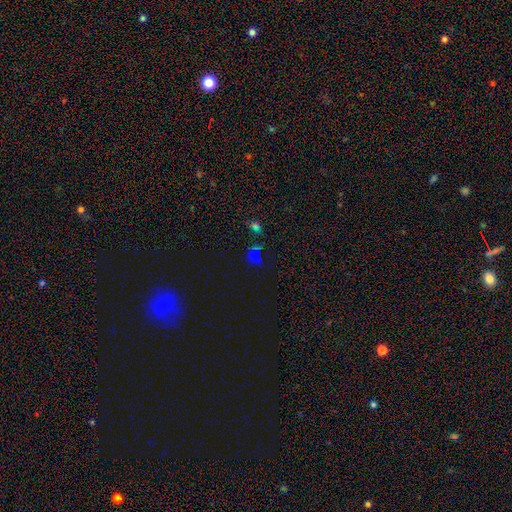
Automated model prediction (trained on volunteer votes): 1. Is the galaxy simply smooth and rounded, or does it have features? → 49% star or artifact, 44% smooth, 8% featured or disk.